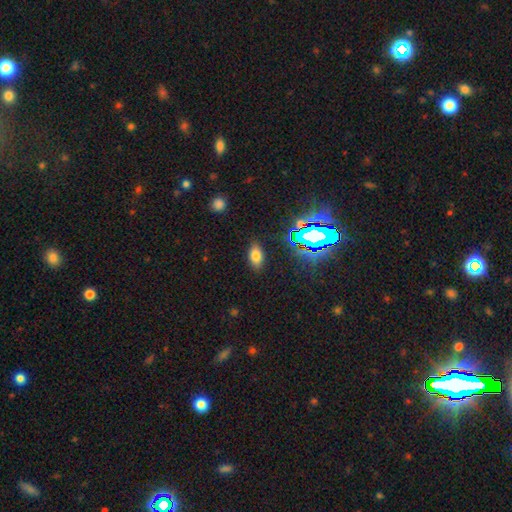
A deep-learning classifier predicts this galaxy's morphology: smooth_or_featured: smooth (p=0.70) [alt: star or artifact p=0.20]
how_rounded: in between (p=0.90) [alt: round p=0.06]
merging: none (p=0.86) [alt: minor disturbance p=0.09]